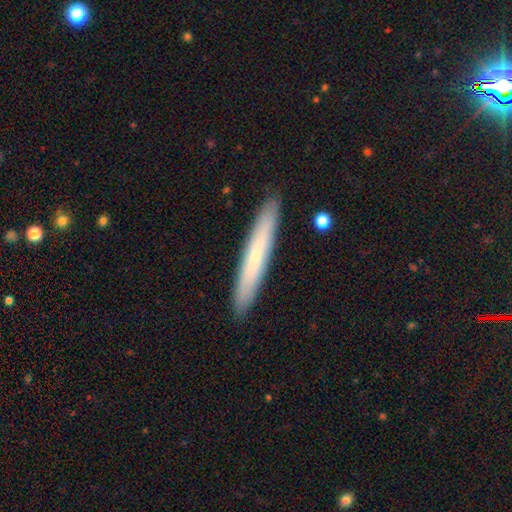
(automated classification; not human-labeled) smooth 53%, featured or disk 40%, star or artifact 6%. Down the decision tree: how rounded — cigar-shaped (95%); merging — none (92%).